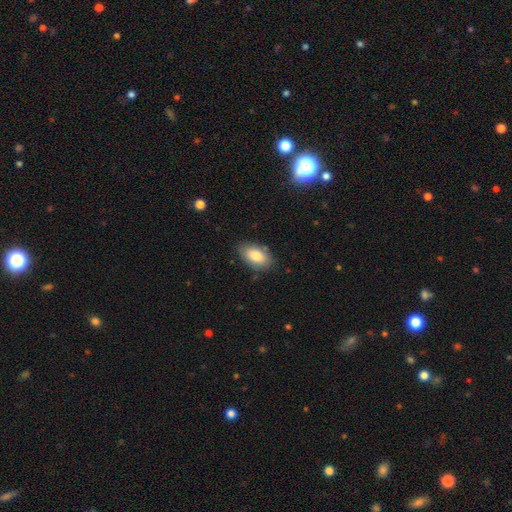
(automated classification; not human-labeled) smooth-or-featured: smooth: 83% | featured or disk: 10% | star or artifact: 7%
  how-rounded: in between: 93% | round: 5% | cigar-shaped: 2%
  merging: none: 81% | minor disturbance: 14% | major disturbance: 3% | merger: 2%